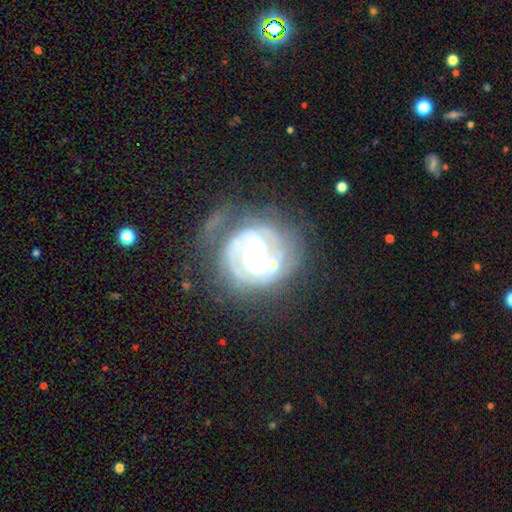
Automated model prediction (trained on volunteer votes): Smooth or featured?
  - featured or disk: 84% *
  - smooth: 10%
  - star or artifact: 6%
Edge-on disk?
  - no: 98% *
  - yes: 2%
Bar?
  - no: 43% *
  - weak: 38%
  - strong: 19%
Spiral arms?
  - yes: 90% *
  - no: 10%
Spiral winding?
  - tight: 66% *
  - medium: 26%
  - loose: 8%
Spiral arm count?
  - 2: 41% *
  - can't tell: 29%
  - 3: 13%
  - 1: 9%
  - 4: 4%
  - more than 4: 4%
Bulge size?
  - moderate: 46% *
  - small: 36%
  - large: 12%
  - none: 4%
  - dominant: 2%
Merging?
  - none: 50% *
  - minor disturbance: 22%
  - major disturbance: 21%
  - merger: 7%